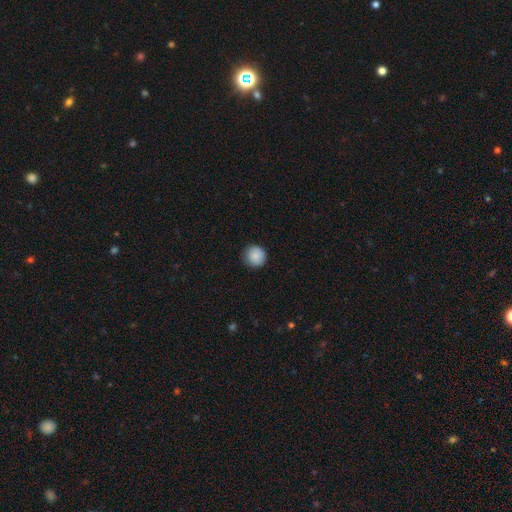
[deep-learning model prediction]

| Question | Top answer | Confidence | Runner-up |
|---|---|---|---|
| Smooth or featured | smooth | 88% | star or artifact (8%) |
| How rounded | round | 95% | in between (4%) |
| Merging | none | 89% | minor disturbance (8%) |